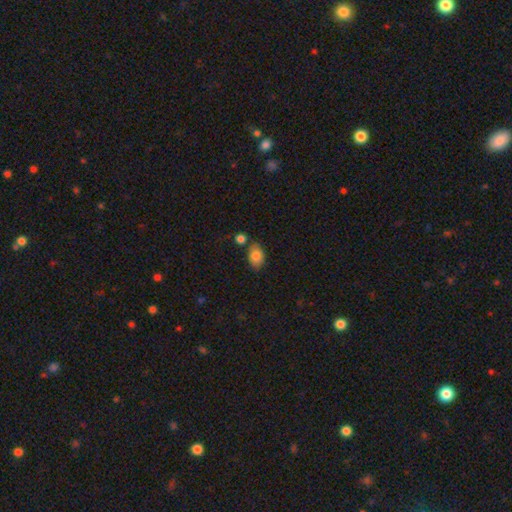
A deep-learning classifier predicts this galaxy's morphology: This is clearly a smooth galaxy (84%). How rounded: clearly in between (85%). Merging: likely none (69%).